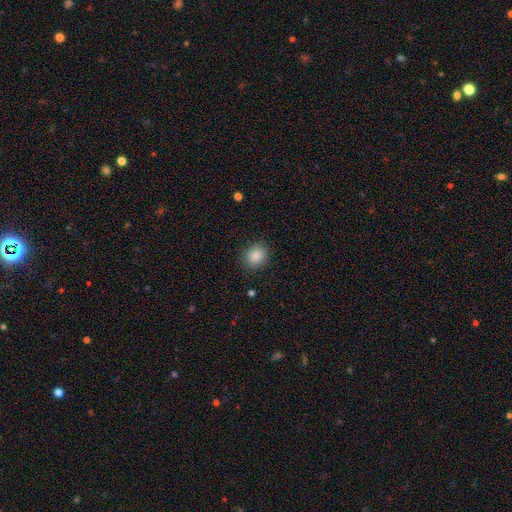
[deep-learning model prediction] Overall: smooth (86%). How rounded: round (66%; in between 33%). Merging: none (86%).